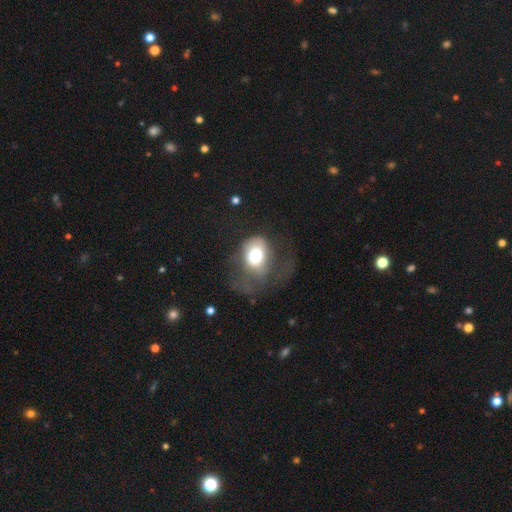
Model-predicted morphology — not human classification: A smooth galaxy with no disk features (65%) that is in between round and cigar-shaped (55%).

Vote fractions:
- Smooth or featured? smooth: 65% / featured or disk: 25% / star or artifact: 10%
- How rounded? in between: 55% / round: 44% / cigar-shaped: 1%
- Merging? major disturbance: 50% / none: 24% / minor disturbance: 23% / merger: 2%